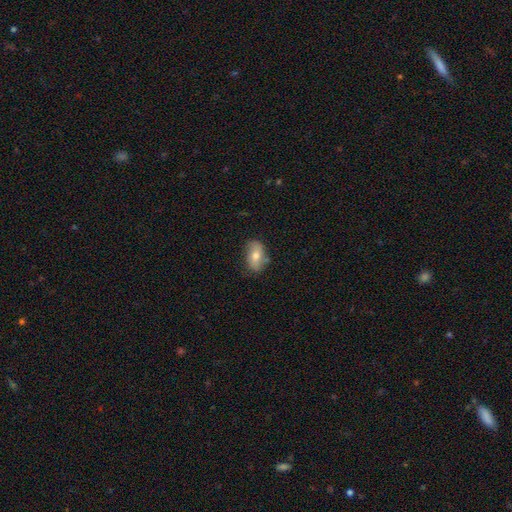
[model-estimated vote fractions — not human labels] Smooth or featured? Predicted: smooth (p=0.68). How rounded? Predicted: in between (p=0.88). Merging? Predicted: none (p=0.73).